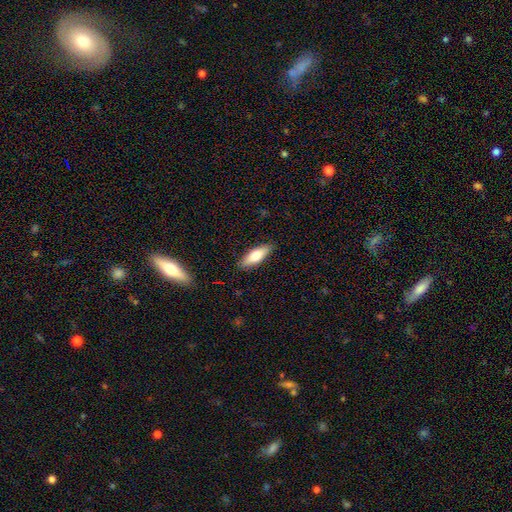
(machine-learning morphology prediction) A smooth galaxy with no disk features (72%) that is in between round and cigar-shaped (58%).

Vote fractions:
- Smooth or featured? smooth: 72% / featured or disk: 22% / star or artifact: 6%
- How rounded? in between: 58% / cigar-shaped: 40% / round: 2%
- Merging? none: 87% / minor disturbance: 10% / major disturbance: 2% / merger: 1%